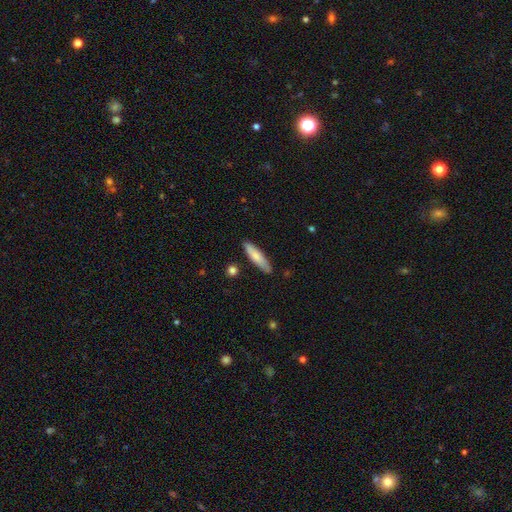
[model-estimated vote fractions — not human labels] Q: Smooth or featured?
A: smooth (76%); runner-up: featured or disk (18%)
Q: How rounded?
A: cigar-shaped (77%); runner-up: in between (21%)
Q: Merging?
A: none (84%); runner-up: minor disturbance (12%)